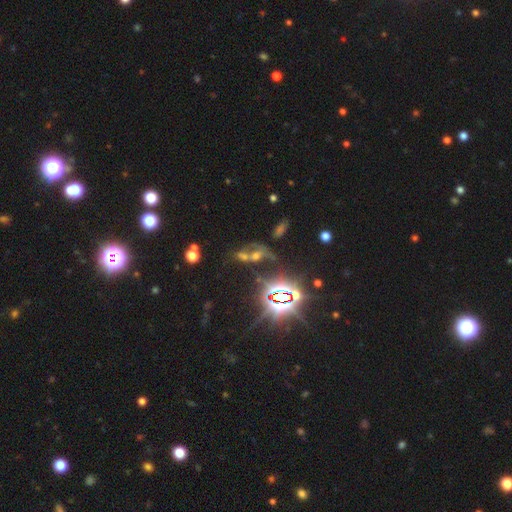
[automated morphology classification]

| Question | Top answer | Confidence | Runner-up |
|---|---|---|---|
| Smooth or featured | star or artifact | 46% | featured or disk (29%) |